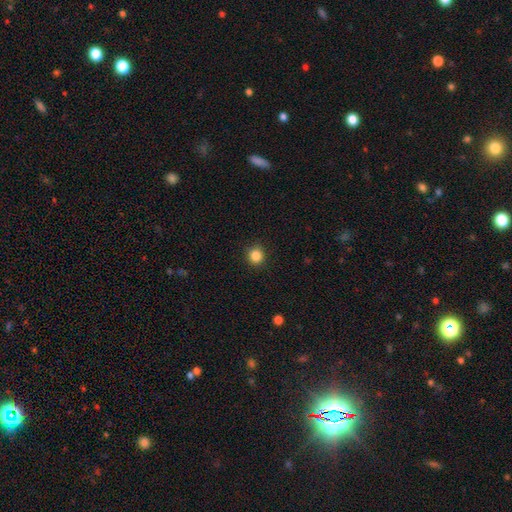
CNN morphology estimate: A smooth galaxy with no disk features (86%) that is round (92%).

Vote fractions:
- Smooth or featured? smooth: 86% / star or artifact: 11% / featured or disk: 3%
- How rounded? round: 92% / in between: 7% / cigar-shaped: 1%
- Merging? none: 91% / minor disturbance: 6% / major disturbance: 2% / merger: 1%